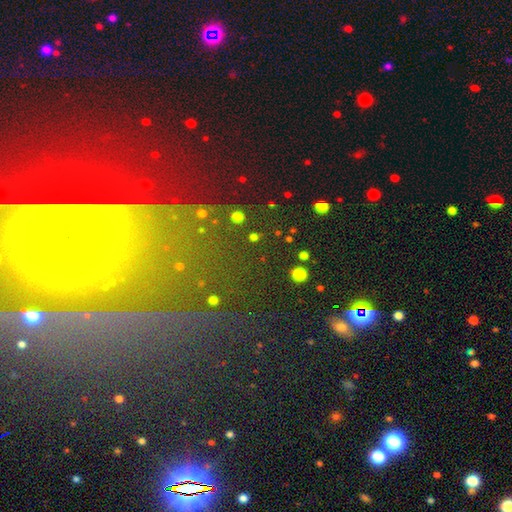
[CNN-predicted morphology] This is possibly a star or artifact rather than a galaxy (48%).